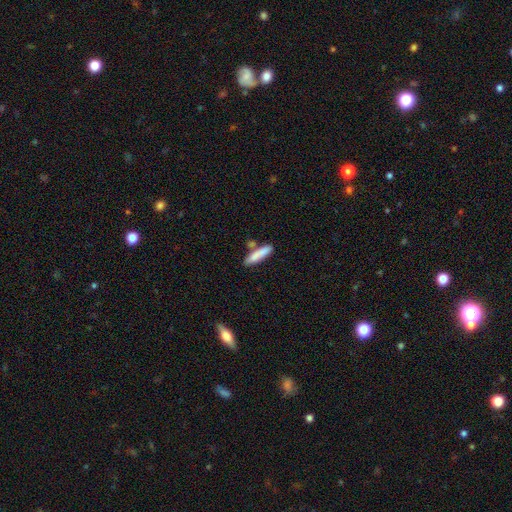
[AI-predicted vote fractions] The model was most divided on "merging": none: 66%, merger: 15%, minor disturbance: 15%, major disturbance: 4%. More confident: smooth or featured — smooth (81%); how rounded — cigar-shaped (78%).